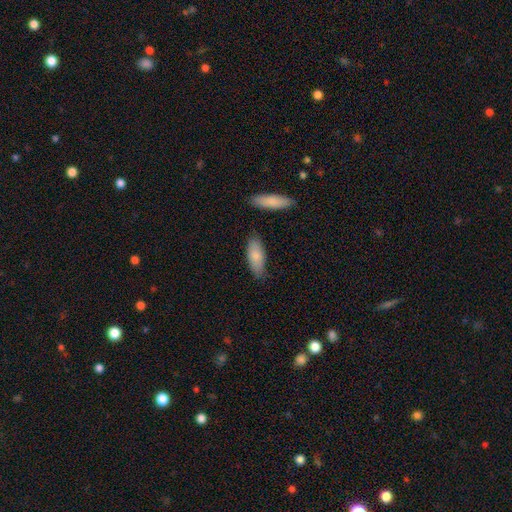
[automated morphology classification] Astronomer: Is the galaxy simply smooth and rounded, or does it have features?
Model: smooth — 81%.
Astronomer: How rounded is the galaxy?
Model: in between — 72%.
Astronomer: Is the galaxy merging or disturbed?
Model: none — 77%.